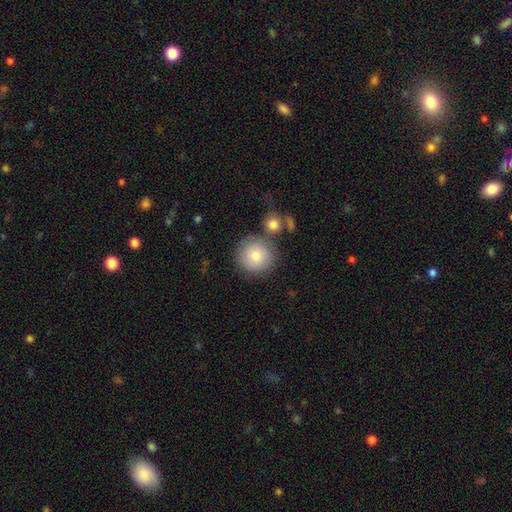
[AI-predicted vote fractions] The model was most divided on "merging": none: 73%, merger: 13%, minor disturbance: 11%, major disturbance: 4%. More confident: how rounded — round (94%); smooth or featured — smooth (82%).